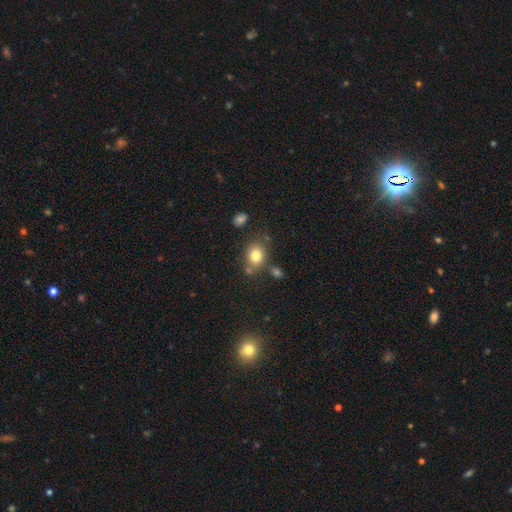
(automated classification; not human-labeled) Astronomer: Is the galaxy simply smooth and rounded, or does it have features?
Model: smooth — 79%.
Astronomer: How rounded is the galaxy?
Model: round — 59% (runner-up: in between, 40%).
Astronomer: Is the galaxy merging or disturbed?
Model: none — 69%.